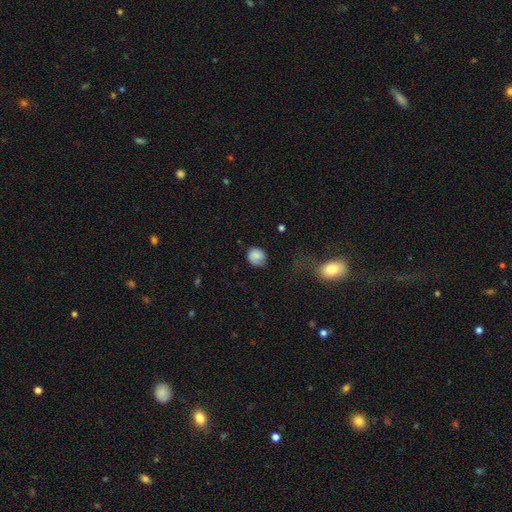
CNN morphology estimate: smooth 79%, featured or disk 13%, star or artifact 8%. Down the decision tree: how rounded — round (77%); merging — none (67%).